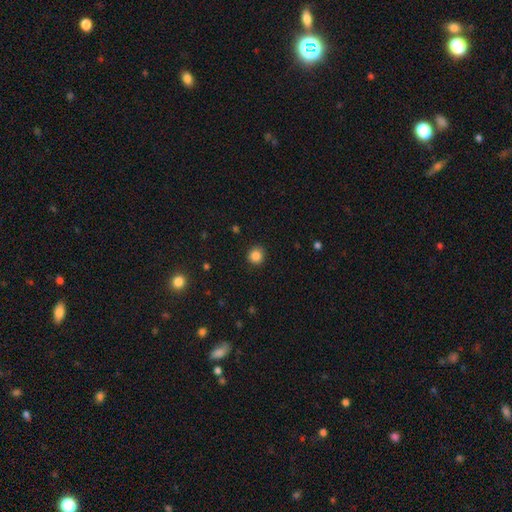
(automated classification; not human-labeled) Q: Smooth or featured?
A: smooth (86%); runner-up: star or artifact (11%)
Q: How rounded?
A: round (92%); runner-up: in between (7%)
Q: Merging?
A: none (90%); runner-up: minor disturbance (6%)